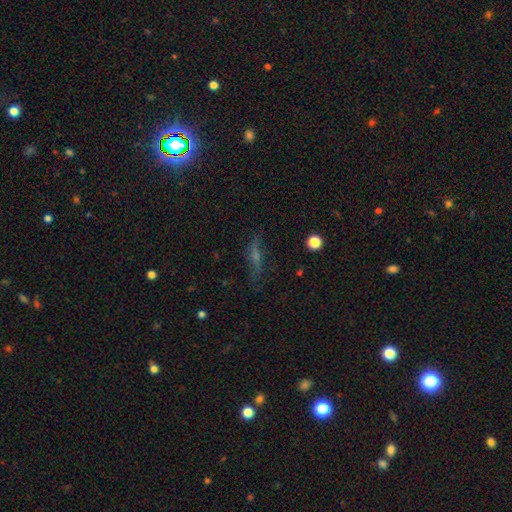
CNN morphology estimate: Smooth or featured? featured or disk (46%)
Merging? none (75%)